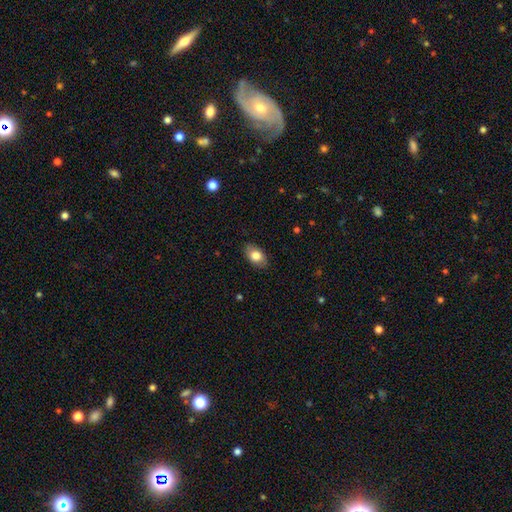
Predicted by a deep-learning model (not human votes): Overall: smooth (80%). How rounded: in between (90%). Merging: none (85%).